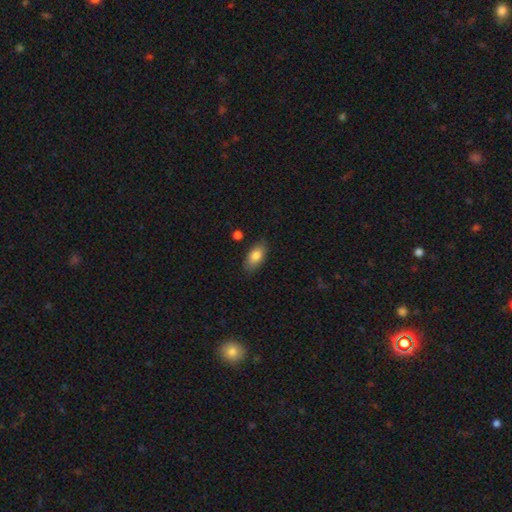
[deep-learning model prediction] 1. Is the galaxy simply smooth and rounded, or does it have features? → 83% smooth, 10% featured or disk, 7% star or artifact.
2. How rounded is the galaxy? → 90% in between, 6% cigar-shaped, 4% round.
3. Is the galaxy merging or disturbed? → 83% none, 13% minor disturbance, 3% major disturbance, 2% merger.